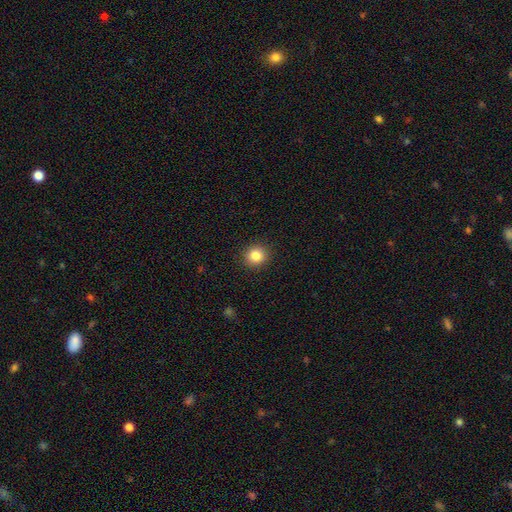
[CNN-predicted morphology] Smooth or featured? smooth (84%)
How rounded? round (90%)
Merging? none (91%)